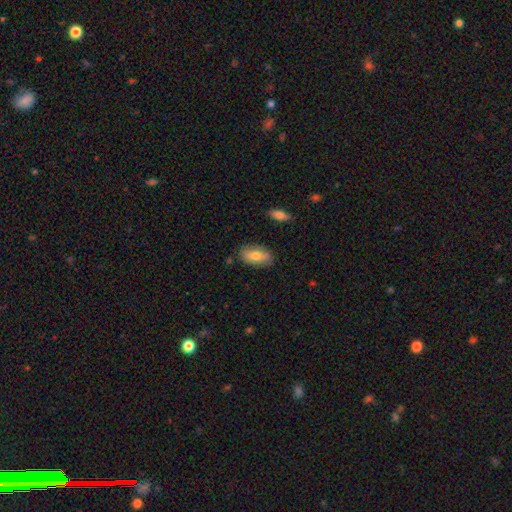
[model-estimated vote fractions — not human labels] Smooth or featured: smooth — 70% (featured or disk — 23%)
How rounded: in between — 87% (cigar-shaped — 9%)
Merging: none — 81% (minor disturbance — 14%)